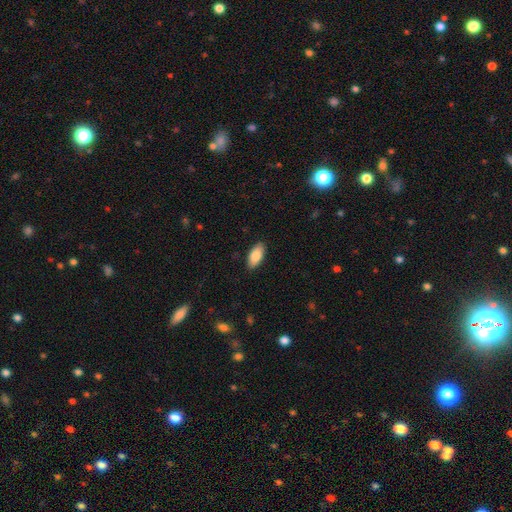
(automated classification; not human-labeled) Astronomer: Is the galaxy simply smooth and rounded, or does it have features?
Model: smooth — 86%.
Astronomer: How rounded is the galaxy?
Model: in between — 89%.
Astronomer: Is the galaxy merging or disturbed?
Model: none — 88%.